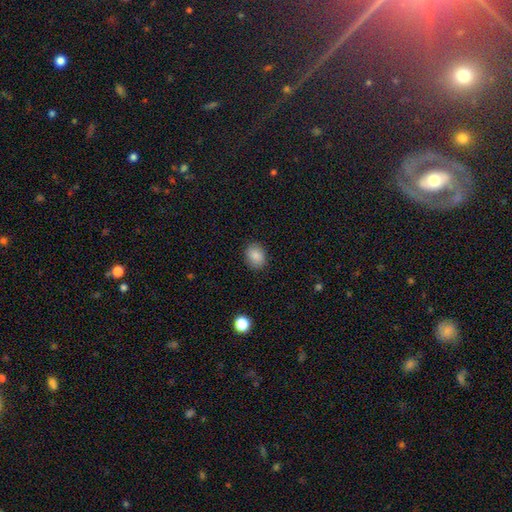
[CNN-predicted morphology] A smooth galaxy with no disk features (87%) that is in between round and cigar-shaped (57%). Merging: none (88%).